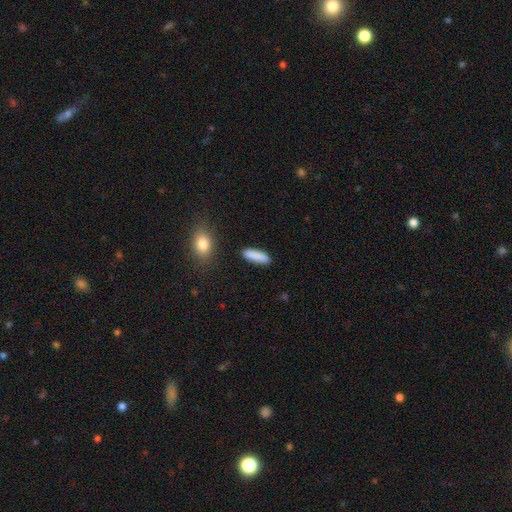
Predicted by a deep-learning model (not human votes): A smooth galaxy with no disk features (88%) that is cigar-shaped (59%).

Vote fractions:
- Smooth or featured? smooth: 88% / star or artifact: 6% / featured or disk: 6%
- How rounded? cigar-shaped: 59% / in between: 39% / round: 2%
- Merging? none: 86% / minor disturbance: 9% / merger: 2% / major disturbance: 2%